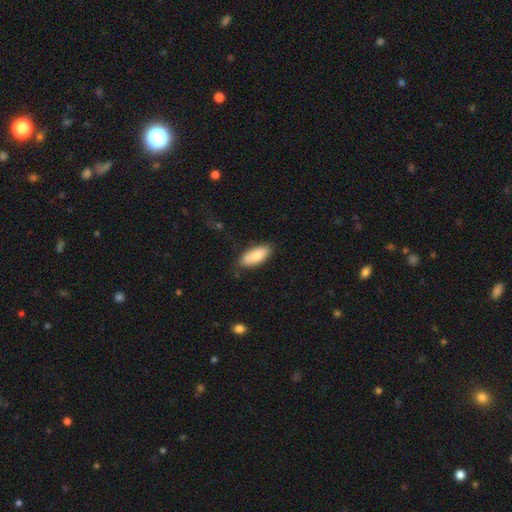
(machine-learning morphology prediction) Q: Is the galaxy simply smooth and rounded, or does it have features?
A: smooth — 84%.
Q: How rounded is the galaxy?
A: in between — 84%.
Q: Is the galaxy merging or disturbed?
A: none — 79%.